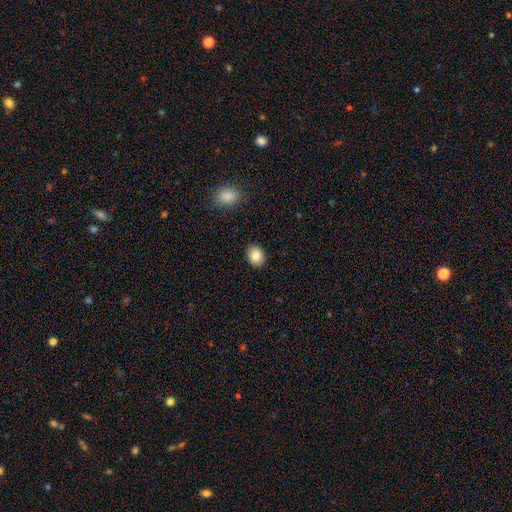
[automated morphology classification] smooth 83%, star or artifact 8%, featured or disk 8%. Down the decision tree: how rounded — in between (60%); merging — none (90%).